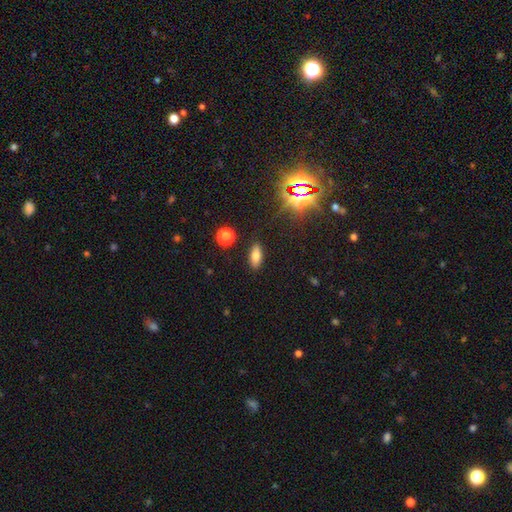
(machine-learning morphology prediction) type=smooth (72%); roundness=in between (77%); merging=none (88%).